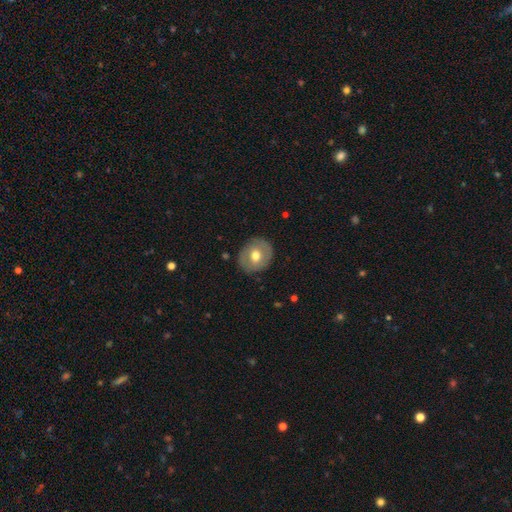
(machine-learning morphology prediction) Overall: smooth (56%; featured or disk 38%). How rounded: round (78%). Merging: none (84%).